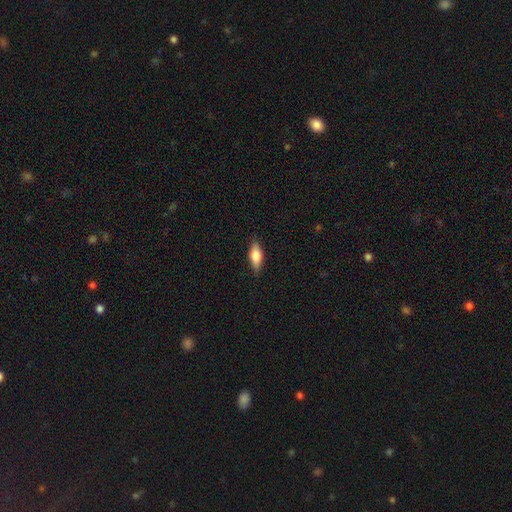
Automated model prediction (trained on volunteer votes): Overall: smooth (73%). How rounded: in between (71%). Merging: none (85%).